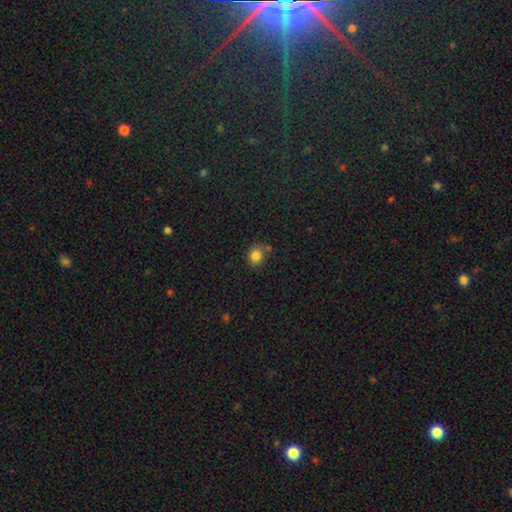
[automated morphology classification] type=smooth (82%); roundness=round (71%); merging=none (70%).